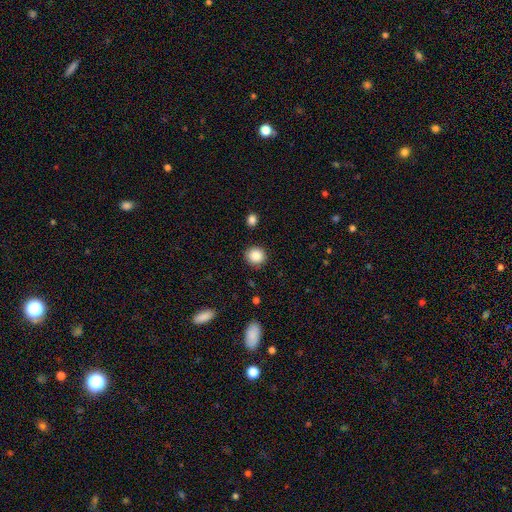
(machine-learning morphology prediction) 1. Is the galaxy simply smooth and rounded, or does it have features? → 87% smooth, 9% star or artifact, 4% featured or disk.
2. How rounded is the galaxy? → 92% round, 7% in between, 1% cigar-shaped.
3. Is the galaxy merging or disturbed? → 89% none, 7% minor disturbance, 2% major disturbance, 2% merger.